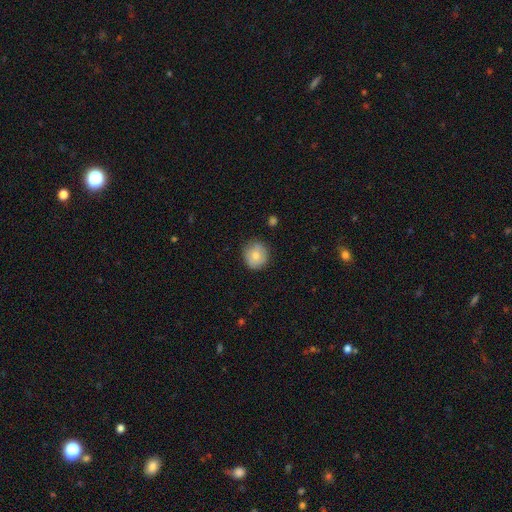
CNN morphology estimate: smooth_or_featured: smooth (p=0.76) [alt: featured or disk p=0.17]
how_rounded: round (p=0.86) [alt: in between p=0.13]
merging: none (p=0.82) [alt: minor disturbance p=0.14]